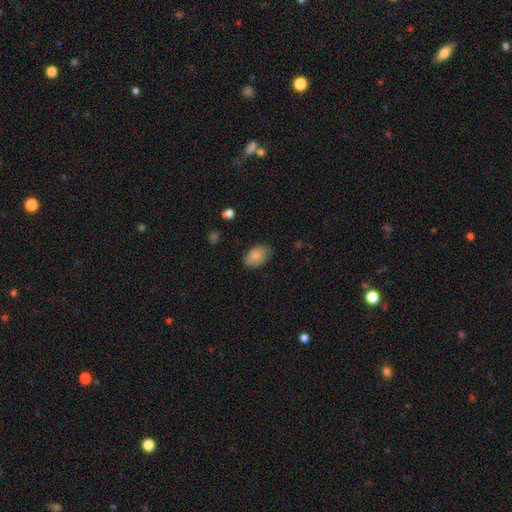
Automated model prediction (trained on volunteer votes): Overall: smooth (85%). How rounded: in between (90%). Merging: none (77%).